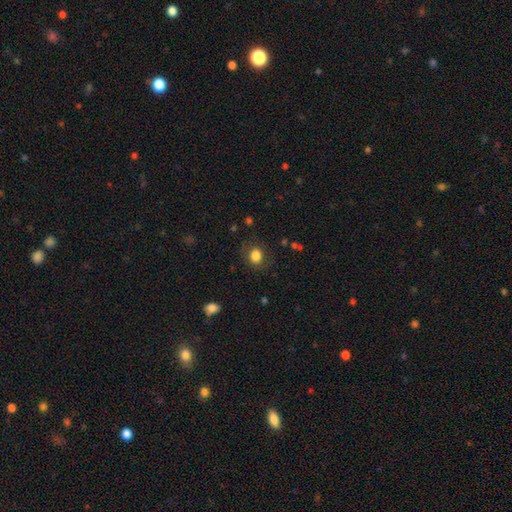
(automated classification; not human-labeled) smooth-or-featured: smooth: 81% | star or artifact: 10% | featured or disk: 9%
  how-rounded: round: 66% | in between: 33% | cigar-shaped: 1%
  merging: none: 78% | minor disturbance: 14% | major disturbance: 7% | merger: 1%